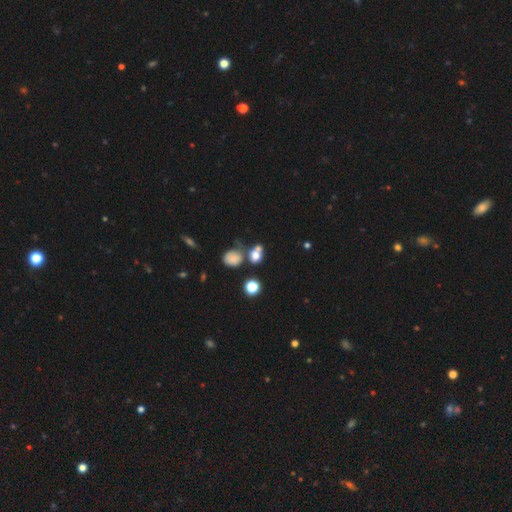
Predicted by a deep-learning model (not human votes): Smooth or featured? smooth (70%)
How rounded? round (53%)
Merging? none (42%)